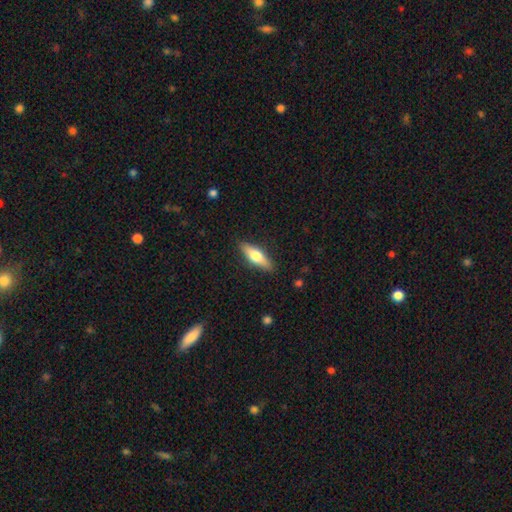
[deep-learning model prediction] The model was most divided on "how rounded": cigar-shaped: 53%, in between: 45%, round: 3%. More confident: merging — none (88%); smooth or featured — smooth (54%).